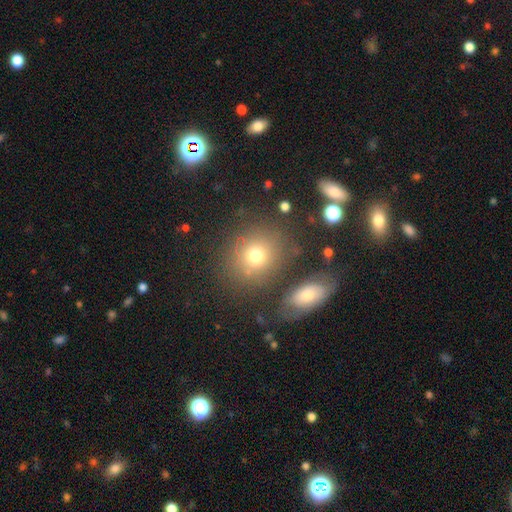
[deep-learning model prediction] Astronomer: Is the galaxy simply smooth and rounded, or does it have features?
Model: smooth — 73%.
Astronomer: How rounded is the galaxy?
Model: round — 69%.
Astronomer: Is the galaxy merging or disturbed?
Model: none — 73%.